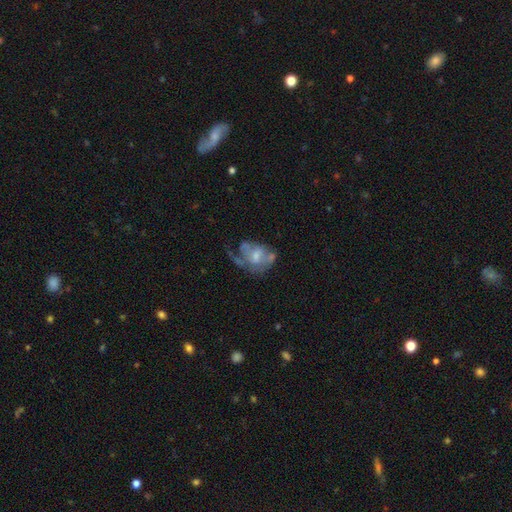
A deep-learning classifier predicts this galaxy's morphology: smooth_or_featured: featured or disk (p=0.60) [alt: smooth p=0.32]
disk_edge_on: no (p=0.97) [alt: yes p=0.03]
bar: no (p=0.65) [alt: weak p=0.30]
has_spiral_arms: no (p=0.54) [alt: yes p=0.46]
bulge_size: moderate (p=0.43) [alt: small p=0.37]
merging: major disturbance (p=0.42) [alt: none p=0.26]